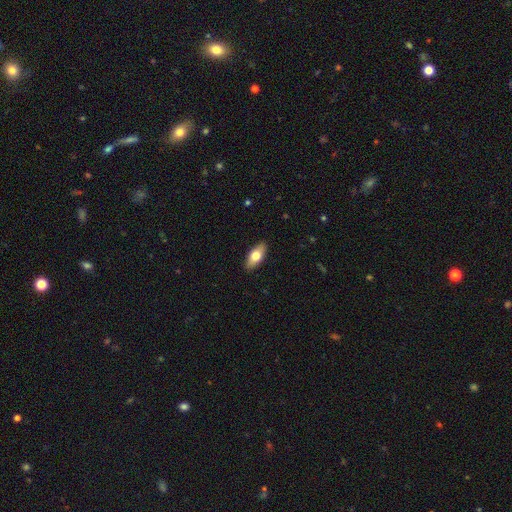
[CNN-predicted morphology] Smooth or featured? Predicted: smooth (p=0.70). How rounded? Predicted: in between (p=0.85). Merging? Predicted: none (p=0.89).